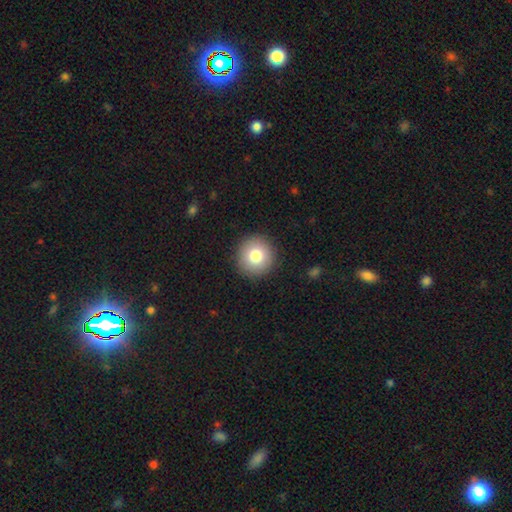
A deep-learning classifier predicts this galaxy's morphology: Smooth or featured: smooth — 81% (featured or disk — 10%)
How rounded: round — 95% (in between — 4%)
Merging: none — 91% (minor disturbance — 6%)